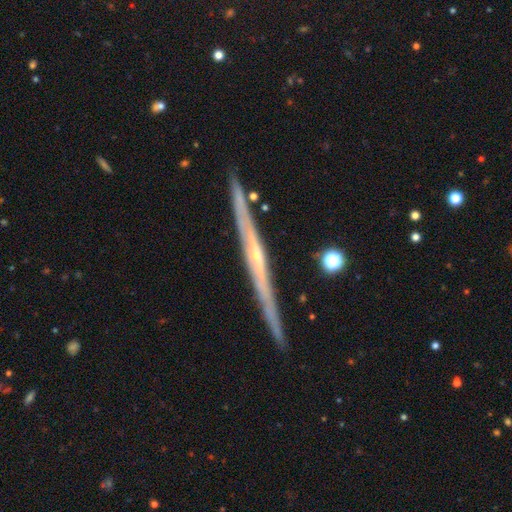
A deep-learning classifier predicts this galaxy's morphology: type=featured or disk (82%); edge-on=yes (98%); edge-on bulge=rounded (50%); merging=none (89%).